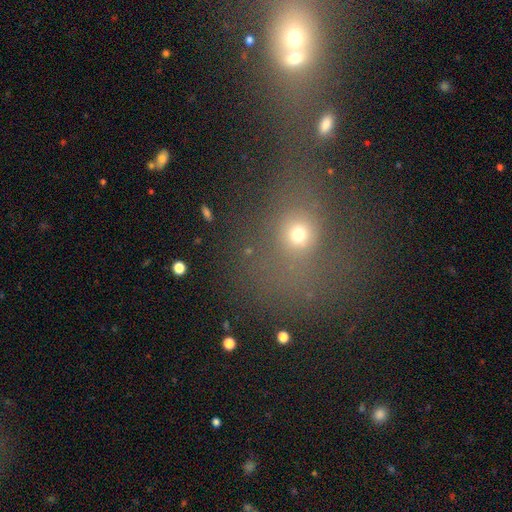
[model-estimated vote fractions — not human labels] This appears to be a smooth galaxy with no disk features (46%). Merging: merger (56%).